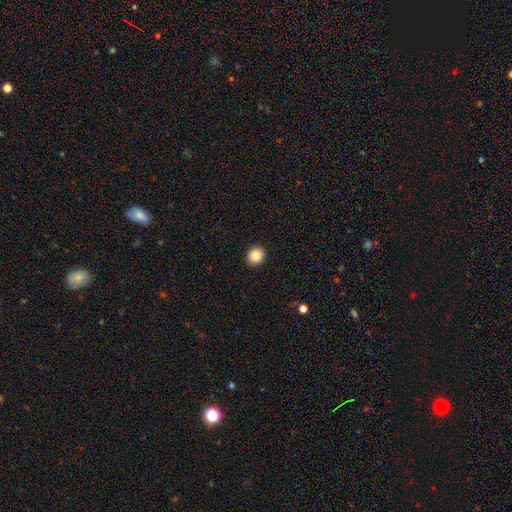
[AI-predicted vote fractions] A smooth galaxy with no disk features (85%) that is round (87%).

Vote fractions:
- Smooth or featured? smooth: 85% / star or artifact: 9% / featured or disk: 5%
- How rounded? round: 87% / in between: 12% / cigar-shaped: 1%
- Merging? none: 93% / minor disturbance: 5% / major disturbance: 1% / merger: 1%